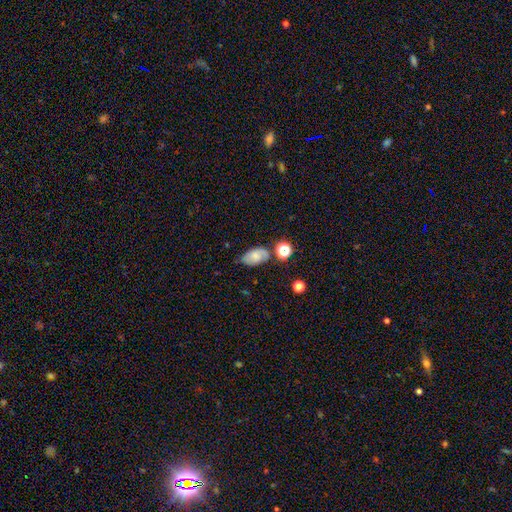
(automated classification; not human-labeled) Smooth or featured: smooth — 60% (featured or disk — 28%)
How rounded: in between — 89% (round — 10%)
Merging: none — 62% (minor disturbance — 24%)